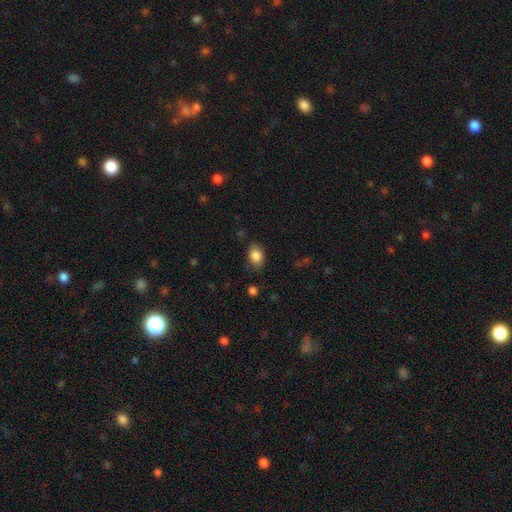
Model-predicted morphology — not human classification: Smooth or featured?
  - smooth: 85% *
  - star or artifact: 8%
  - featured or disk: 7%
How rounded?
  - in between: 82% *
  - round: 17%
  - cigar-shaped: 1%
Merging?
  - none: 78% *
  - minor disturbance: 17%
  - major disturbance: 4%
  - merger: 1%